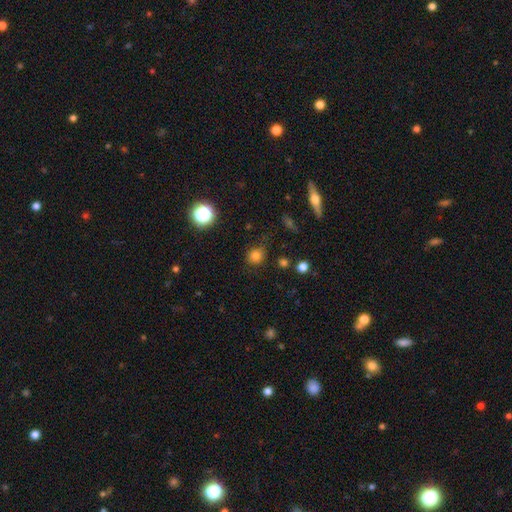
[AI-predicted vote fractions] A smooth galaxy with no disk features (77%) that is round (81%).

Vote fractions:
- Smooth or featured? smooth: 77% / star or artifact: 17% / featured or disk: 6%
- How rounded? round: 81% / in between: 18% / cigar-shaped: 1%
- Merging? none: 76% / minor disturbance: 17% / major disturbance: 5% / merger: 3%